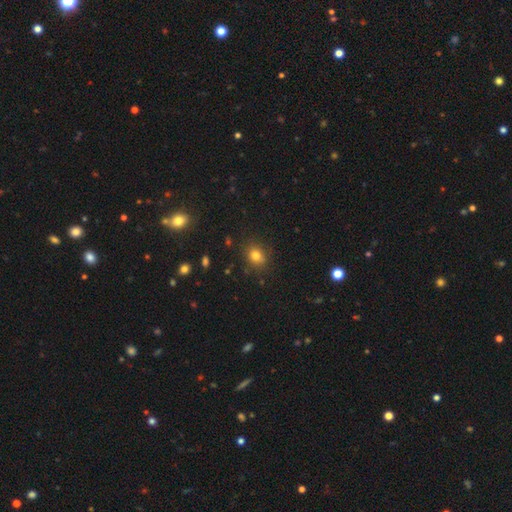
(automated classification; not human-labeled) Smooth or featured?
  - smooth: 79% *
  - star or artifact: 13%
  - featured or disk: 7%
How rounded?
  - round: 59% *
  - in between: 40%
  - cigar-shaped: 1%
Merging?
  - none: 84% *
  - minor disturbance: 11%
  - major disturbance: 3%
  - merger: 2%